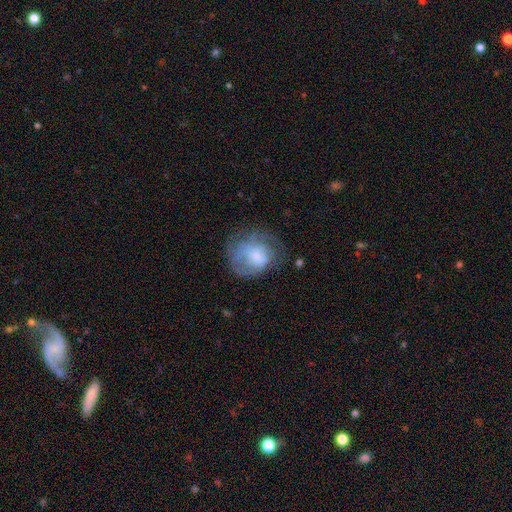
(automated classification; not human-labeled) Smooth or featured?
  - smooth: 47% *
  - featured or disk: 44%
  - star or artifact: 9%
Merging?
  - none: 48% *
  - major disturbance: 25%
  - minor disturbance: 25%
  - merger: 2%